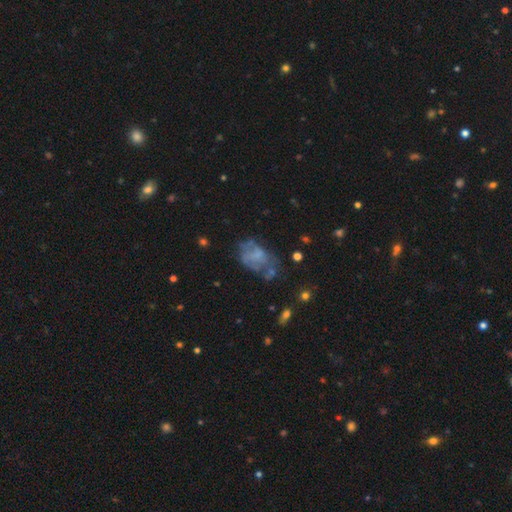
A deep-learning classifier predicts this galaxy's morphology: This is possibly a featured or disk galaxy (47%). Merging: marginally none (36%).